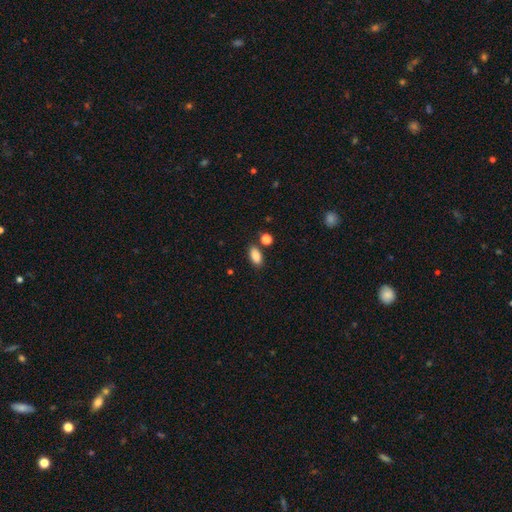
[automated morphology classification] type=smooth (87%); roundness=in between (90%); merging=none (80%).